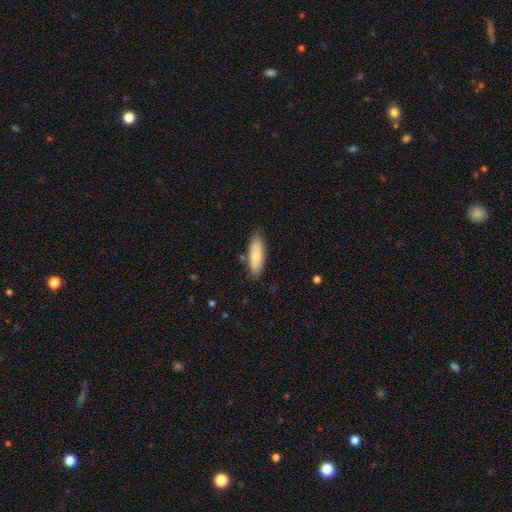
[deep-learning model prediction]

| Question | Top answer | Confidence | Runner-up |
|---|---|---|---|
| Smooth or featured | smooth | 78% | featured or disk (16%) |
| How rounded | in between | 61% | cigar-shaped (37%) |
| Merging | none | 83% | minor disturbance (12%) |